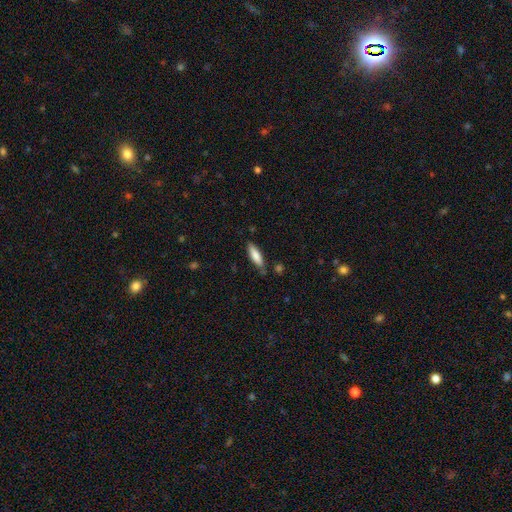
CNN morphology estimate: Overall: smooth (81%). How rounded: cigar-shaped (54%; in between 44%). Merging: none (77%).